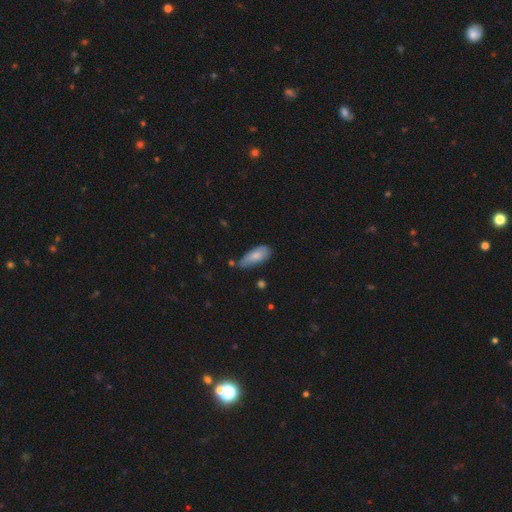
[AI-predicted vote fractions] Smooth or featured: smooth — 80% (featured or disk — 14%)
How rounded: in between — 79% (cigar-shaped — 19%)
Merging: none — 63% (minor disturbance — 28%)